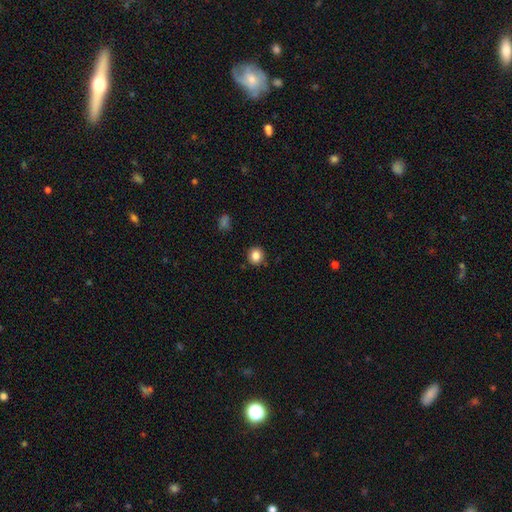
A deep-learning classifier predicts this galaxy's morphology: Smooth or featured?
  - smooth: 84% *
  - star or artifact: 10%
  - featured or disk: 5%
How rounded?
  - round: 82% *
  - in between: 17%
  - cigar-shaped: 1%
Merging?
  - none: 89% *
  - minor disturbance: 8%
  - major disturbance: 2%
  - merger: 2%